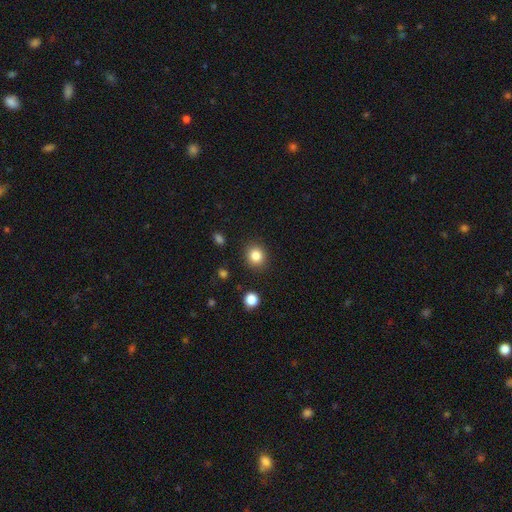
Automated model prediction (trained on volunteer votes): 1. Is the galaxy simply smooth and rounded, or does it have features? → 84% smooth, 11% star or artifact, 5% featured or disk.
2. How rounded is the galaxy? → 84% round, 15% in between, 1% cigar-shaped.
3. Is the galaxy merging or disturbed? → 89% none, 7% minor disturbance, 2% major disturbance, 2% merger.